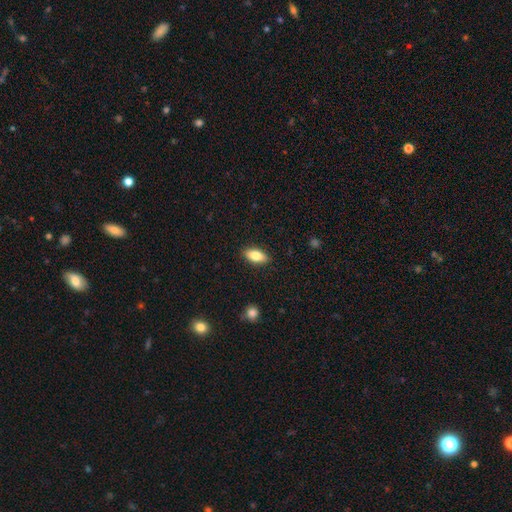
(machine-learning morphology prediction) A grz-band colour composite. It shows a smooth galaxy with no disk features (81%) that is in between round and cigar-shaped (86%). Merging: none (88%).